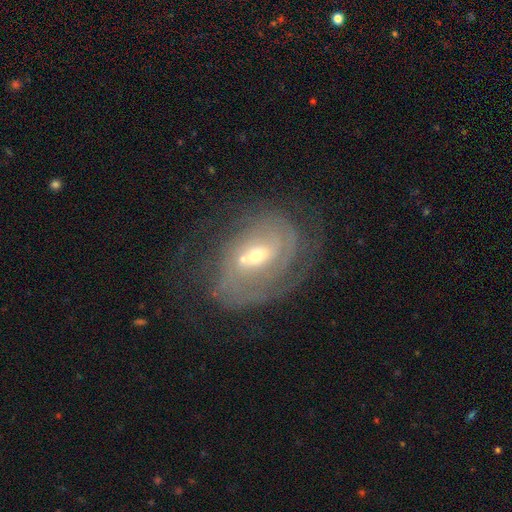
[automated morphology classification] A featured or disk galaxy (80%) with no bar (45%), 2 (46%) tight (51%) spiral arms (86%) and a small central bulge (50%).

Vote fractions:
- Smooth or featured? featured or disk: 80% / smooth: 13% / star or artifact: 8%
- Edge-on disk? no: 96% / yes: 4%
- Bar? no: 45% / weak: 39% / strong: 16%
- Spiral arms? yes: 86% / no: 14%
- Spiral winding? tight: 51% / medium: 35% / loose: 14%
- Spiral arm count? 2: 46% / can't tell: 28% / 3: 10% / 1: 9% / 4: 4% / more than 4: 3%
- Bulge size? small: 50% / moderate: 45% / large: 3% / none: 1% / dominant: 1%
- Merging? none: 51% / minor disturbance: 20% / major disturbance: 19% / merger: 10%